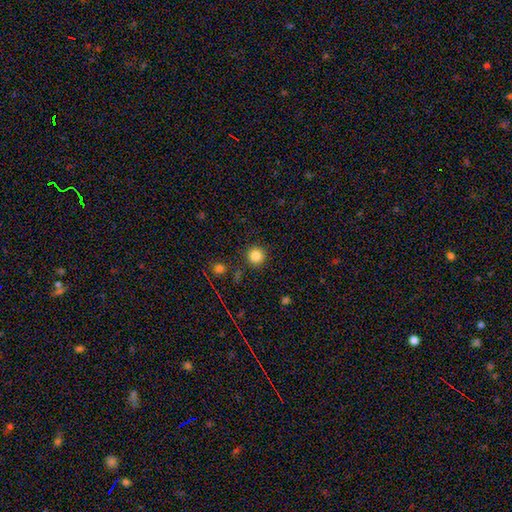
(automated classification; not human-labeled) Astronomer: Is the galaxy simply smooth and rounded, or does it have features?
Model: smooth — 84%.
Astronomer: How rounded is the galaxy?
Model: round — 95%.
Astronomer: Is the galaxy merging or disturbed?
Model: none — 90%.